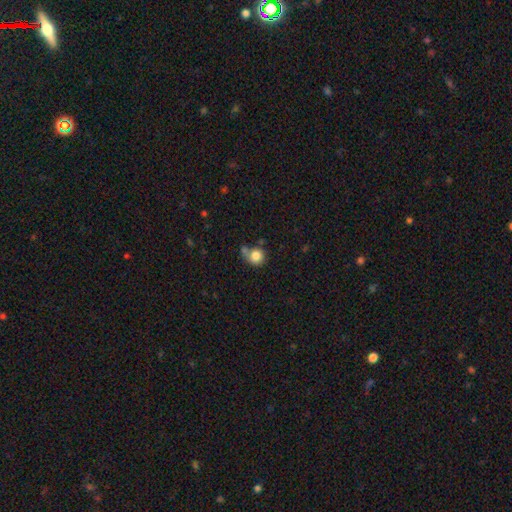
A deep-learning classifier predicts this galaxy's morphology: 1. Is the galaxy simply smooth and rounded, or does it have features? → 82% smooth, 10% star or artifact, 8% featured or disk.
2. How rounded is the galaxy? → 86% round, 13% in between, 1% cigar-shaped.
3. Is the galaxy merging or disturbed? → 52% none, 24% merger, 17% minor disturbance, 7% major disturbance.